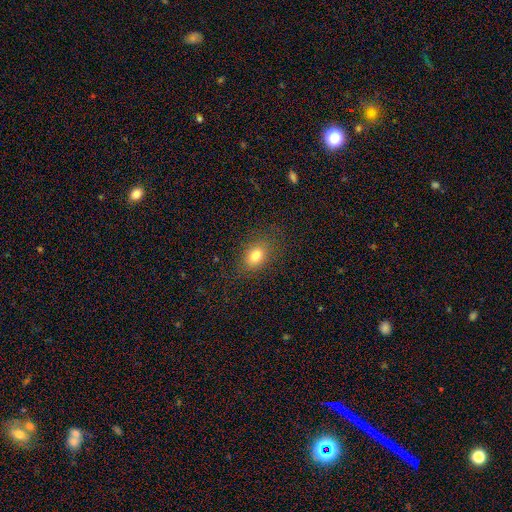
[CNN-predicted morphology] A smooth galaxy with no disk features (80%) that is in between round and cigar-shaped (79%). Merging: none (79%).